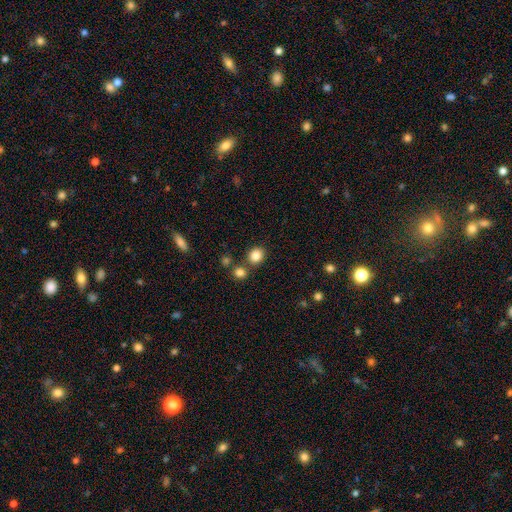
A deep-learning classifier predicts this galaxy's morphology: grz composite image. It shows a smooth galaxy with no disk features (85%) that is round (67%). Merging: none (75%).